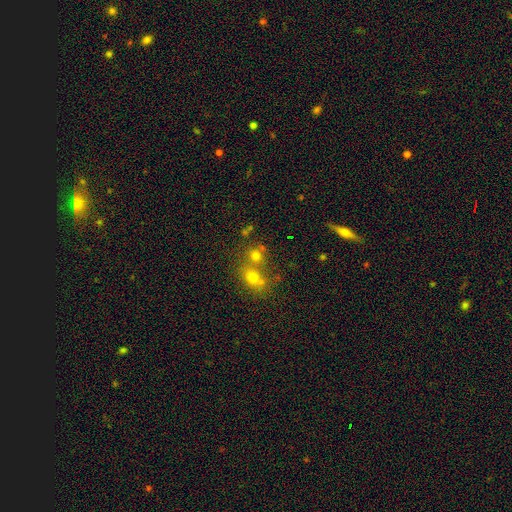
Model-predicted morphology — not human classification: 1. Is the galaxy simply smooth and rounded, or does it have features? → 66% smooth, 20% star or artifact, 14% featured or disk.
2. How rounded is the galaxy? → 76% round, 22% in between, 1% cigar-shaped.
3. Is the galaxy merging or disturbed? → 46% merger, 43% none, 7% minor disturbance, 4% major disturbance.